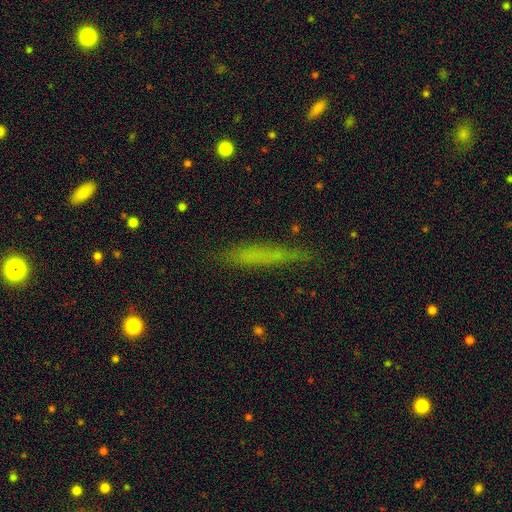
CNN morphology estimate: This is likely a smooth galaxy (61%). How rounded: clearly cigar-shaped (92%). Merging: likely none (78%).